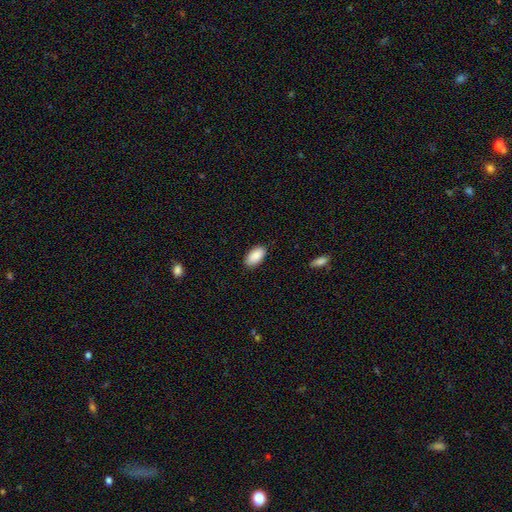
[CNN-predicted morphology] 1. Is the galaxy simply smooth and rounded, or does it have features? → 89% smooth, 6% star or artifact, 4% featured or disk.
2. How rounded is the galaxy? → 95% in between, 3% round, 2% cigar-shaped.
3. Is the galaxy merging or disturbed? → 87% none, 10% minor disturbance, 2% major disturbance, 1% merger.